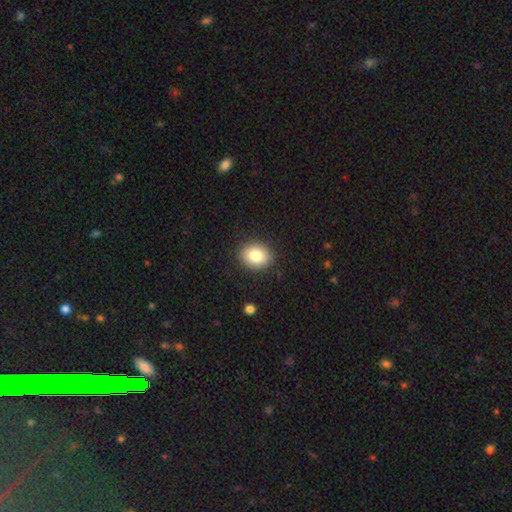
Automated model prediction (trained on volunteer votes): Smooth or featured? Predicted: smooth (p=0.83). How rounded? Predicted: round (p=0.53). Merging? Predicted: none (p=0.89).